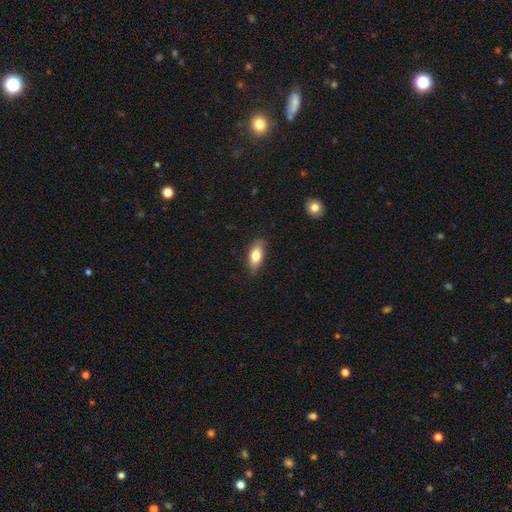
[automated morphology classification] This is likely a smooth galaxy (75%). How rounded: clearly in between (85%). Merging: likely none (78%).